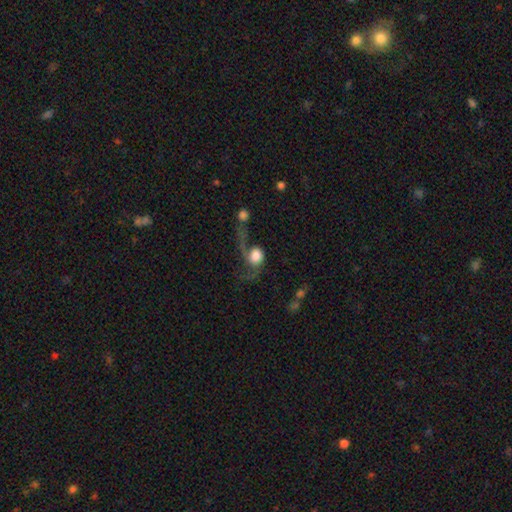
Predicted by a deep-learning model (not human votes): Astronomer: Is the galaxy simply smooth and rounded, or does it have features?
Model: featured or disk — 47% (runner-up: smooth, 44%).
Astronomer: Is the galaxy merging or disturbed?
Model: major disturbance — 48%.